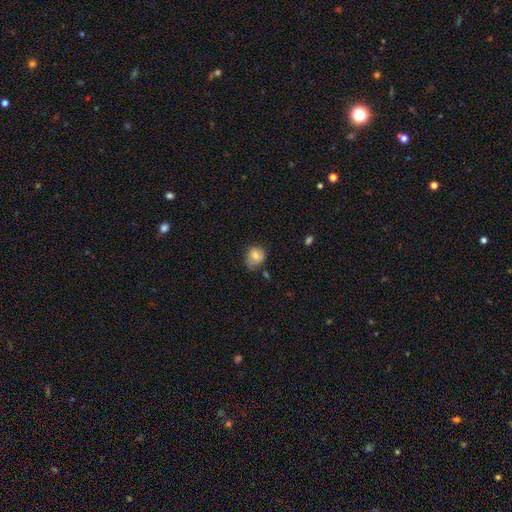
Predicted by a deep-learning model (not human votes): smooth_or_featured: smooth (p=0.77) [alt: featured or disk p=0.14]
how_rounded: round (p=0.66) [alt: in between p=0.33]
merging: none (p=0.56) [alt: minor disturbance p=0.32]